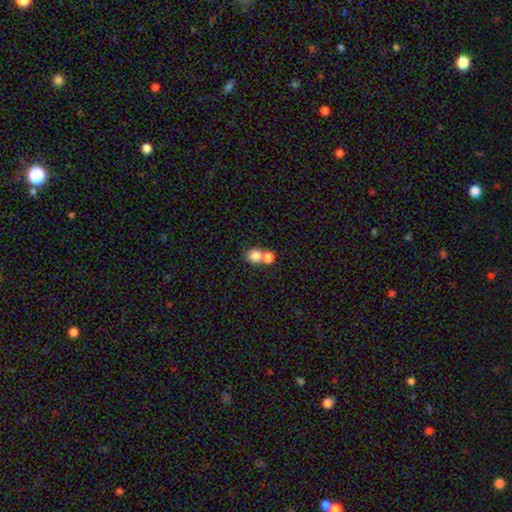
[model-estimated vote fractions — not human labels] A smooth galaxy with no disk features (82%) that is round (79%).

Vote fractions:
- Smooth or featured? smooth: 82% / star or artifact: 10% / featured or disk: 9%
- How rounded? round: 79% / in between: 20% / cigar-shaped: 1%
- Merging? merger: 55% / none: 37% / minor disturbance: 6% / major disturbance: 3%